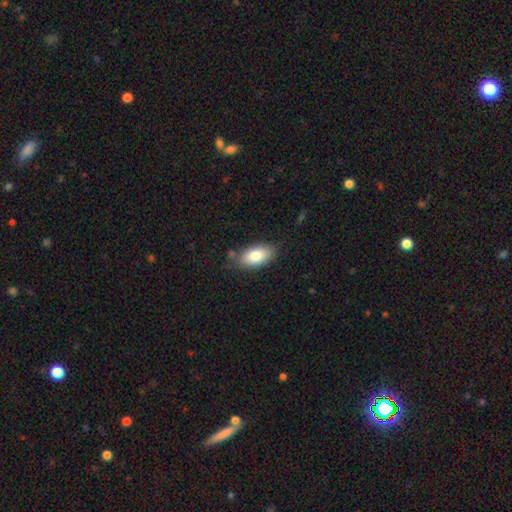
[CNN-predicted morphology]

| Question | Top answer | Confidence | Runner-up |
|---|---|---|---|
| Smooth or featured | smooth | 81% | featured or disk (12%) |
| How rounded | in between | 92% | cigar-shaped (5%) |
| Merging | none | 78% | minor disturbance (15%) |